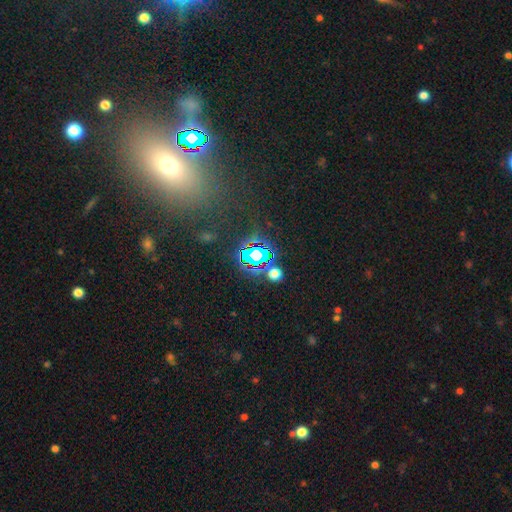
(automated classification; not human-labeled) This appears to be a star or artifact, not a galaxy (71%).